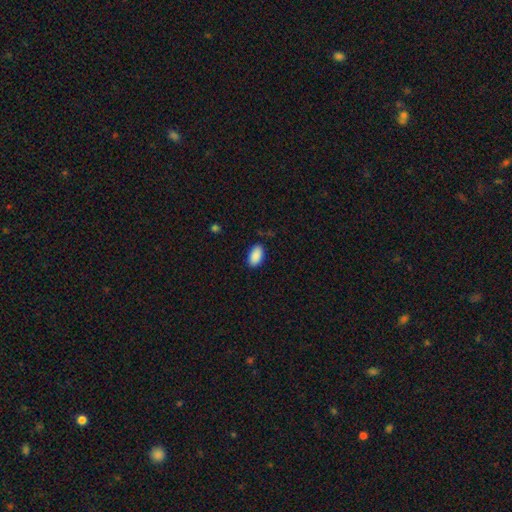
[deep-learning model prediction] This appears to be a smooth galaxy with no disk features (91%) that is in between round and cigar-shaped (95%). Merging: none (87%).